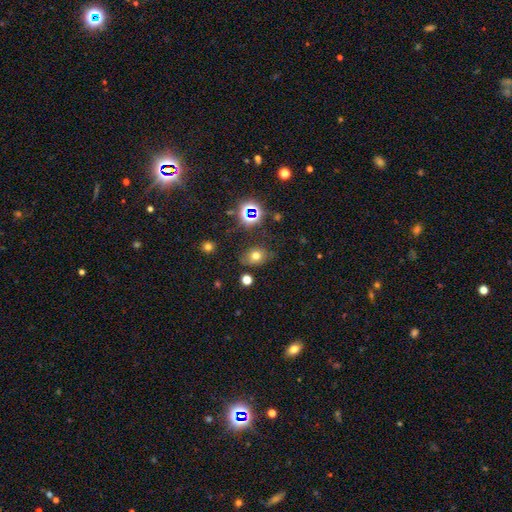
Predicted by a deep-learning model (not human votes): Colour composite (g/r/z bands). It shows a smooth galaxy with no disk features (66%) that is in between round and cigar-shaped (62%). Merging: none (73%).